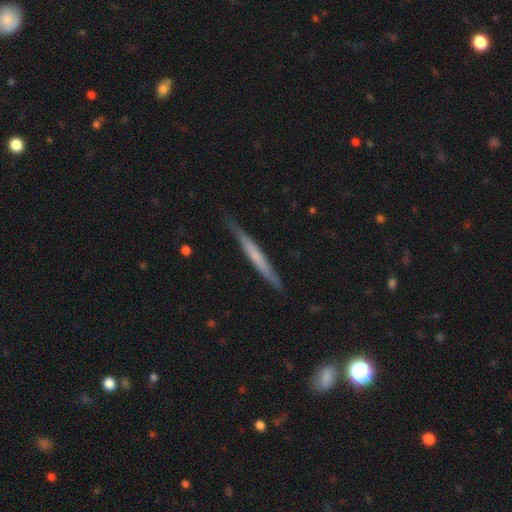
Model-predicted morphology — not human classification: featured or disk 52%, smooth 42%, star or artifact 6%. Down the decision tree: edge-on disk — yes (95%); merging — none (83%).